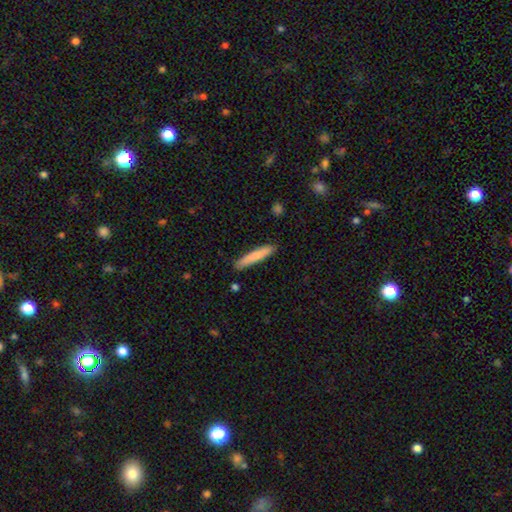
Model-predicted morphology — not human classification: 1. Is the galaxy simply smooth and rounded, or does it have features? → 78% smooth, 17% featured or disk, 6% star or artifact.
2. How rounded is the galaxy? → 92% cigar-shaped, 7% in between, 1% round.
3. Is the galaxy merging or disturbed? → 87% none, 10% minor disturbance, 2% major disturbance, 2% merger.